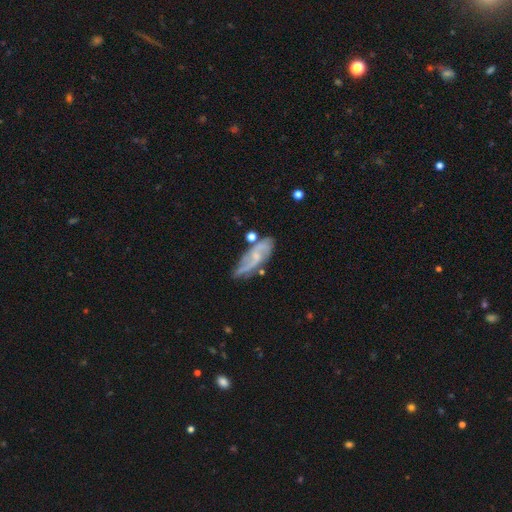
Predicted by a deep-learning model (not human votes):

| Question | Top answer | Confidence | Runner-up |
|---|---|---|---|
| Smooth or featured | featured or disk | 72% | smooth (20%) |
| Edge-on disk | no | 85% | yes (15%) |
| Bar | no | 50% | weak (39%) |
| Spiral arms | yes | 87% | no (13%) |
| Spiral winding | loose | 46% | medium (36%) |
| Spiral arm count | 2 | 68% | can't tell (17%) |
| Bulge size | small | 65% | moderate (17%) |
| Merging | none | 56% | minor disturbance (25%) |